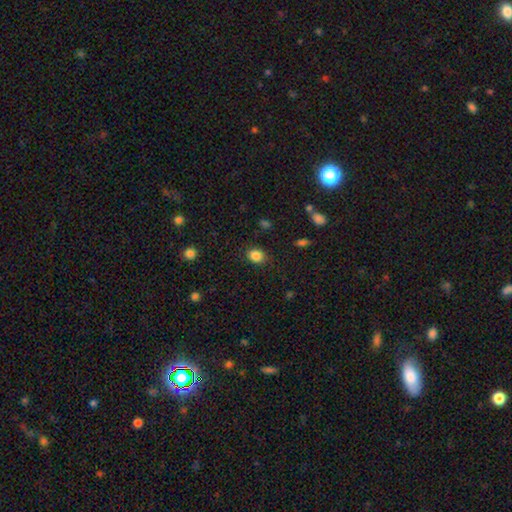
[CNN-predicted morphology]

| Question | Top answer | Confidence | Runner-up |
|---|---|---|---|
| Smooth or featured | smooth | 86% | star or artifact (10%) |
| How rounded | round | 50% | in between (49%) |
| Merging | none | 84% | minor disturbance (11%) |